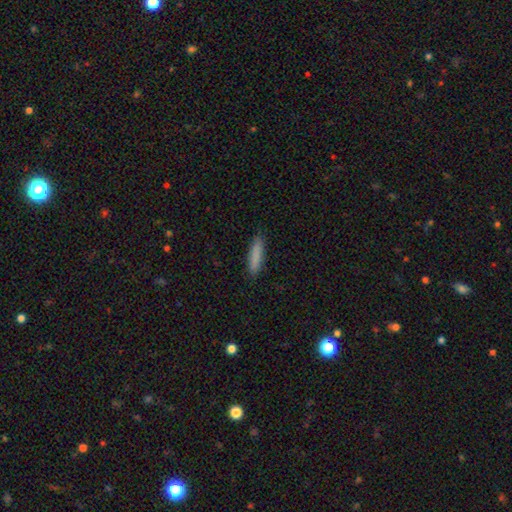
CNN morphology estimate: Smooth or featured? Predicted: smooth (p=0.85). How rounded? Predicted: cigar-shaped (p=0.84). Merging? Predicted: none (p=0.89).